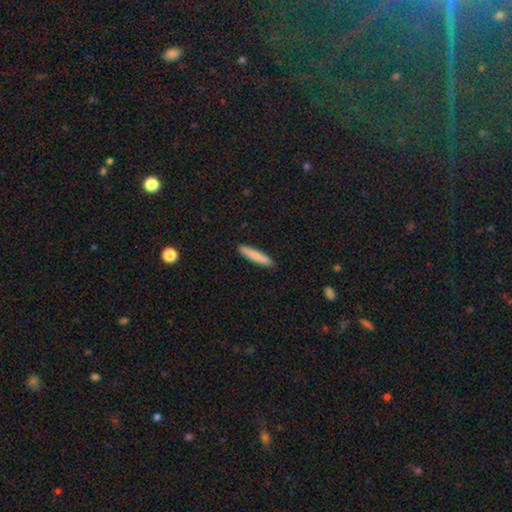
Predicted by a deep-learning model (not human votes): A smooth galaxy with no disk features (83%) that is cigar-shaped (91%). Merging: none (90%).